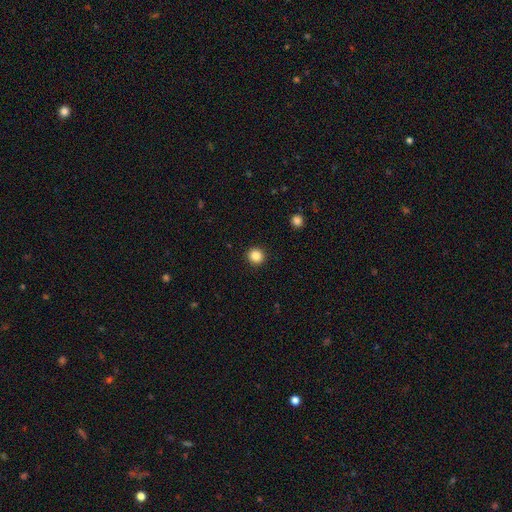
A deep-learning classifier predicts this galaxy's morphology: A smooth galaxy with no disk features (86%) that is round (94%).

Vote fractions:
- Smooth or featured? smooth: 86% / star or artifact: 11% / featured or disk: 3%
- How rounded? round: 94% / in between: 5% / cigar-shaped: 1%
- Merging? none: 93% / minor disturbance: 4% / major disturbance: 2% / merger: 1%